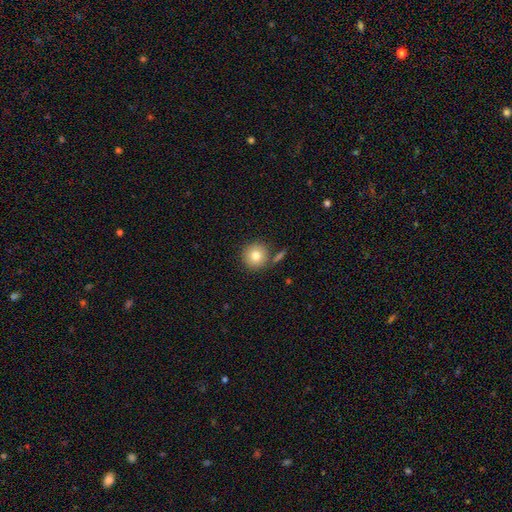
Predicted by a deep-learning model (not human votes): A smooth galaxy with no disk features (80%) that is round (94%). Merging: none (78%).